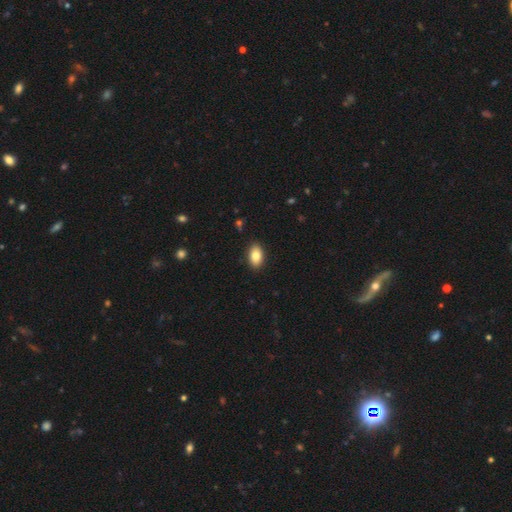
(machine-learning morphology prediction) smooth_or_featured: smooth (p=0.84) [alt: featured or disk p=0.08]
how_rounded: in between (p=0.91) [alt: round p=0.07]
merging: none (p=0.89) [alt: minor disturbance p=0.08]